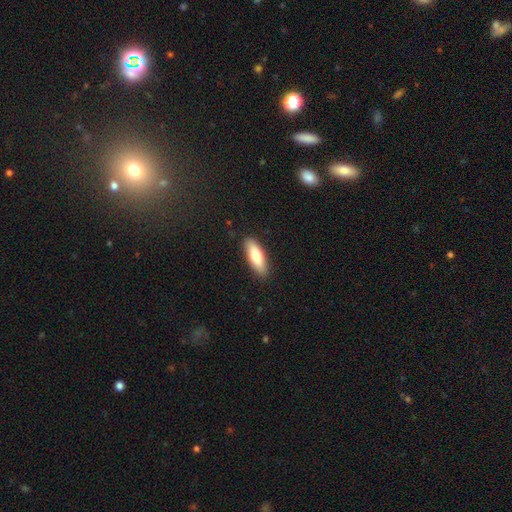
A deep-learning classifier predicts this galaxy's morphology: smooth 78%, featured or disk 16%, star or artifact 6%. Down the decision tree: how rounded — in between (58%); merging — none (88%).